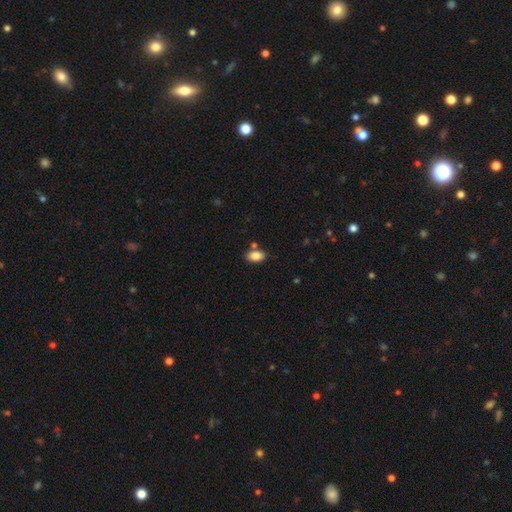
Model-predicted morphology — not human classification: This appears to be a smooth galaxy with no disk features (85%) that is in between round and cigar-shaped (92%). Merging: none (78%).